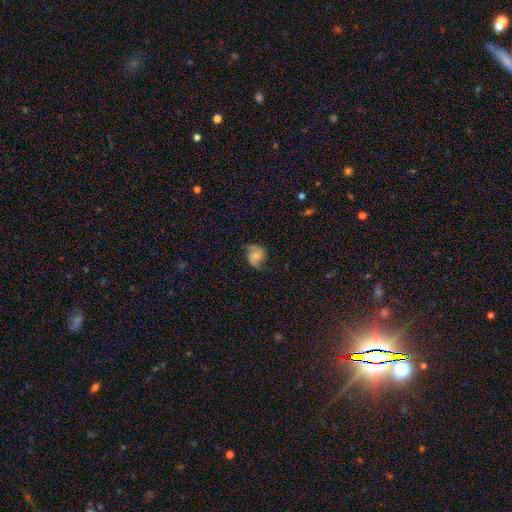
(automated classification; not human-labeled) A featured or disk galaxy (63%) with no bar (61%), 2 (87%) loose (44%) spiral arms (93%) and a small central bulge (45%). Merging: none (64%).